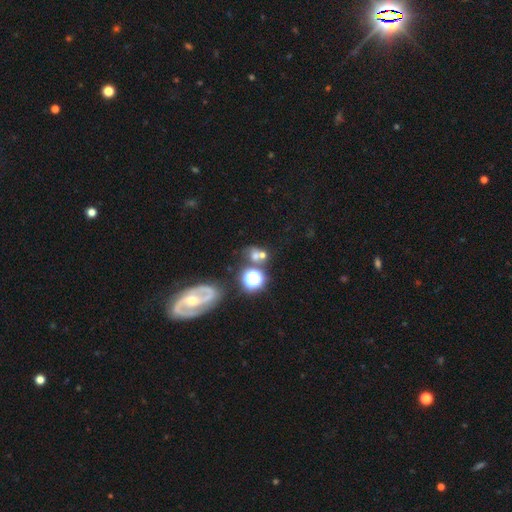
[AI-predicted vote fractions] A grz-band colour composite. It shows a smooth galaxy with no disk features (50%) that is round (72%). Merging: none (51%).